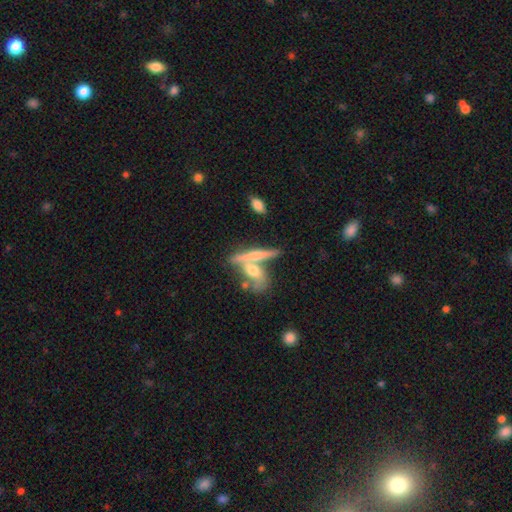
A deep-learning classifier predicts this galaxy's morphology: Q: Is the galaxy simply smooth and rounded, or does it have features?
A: featured or disk — 48%.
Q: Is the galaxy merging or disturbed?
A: merger — 43%.